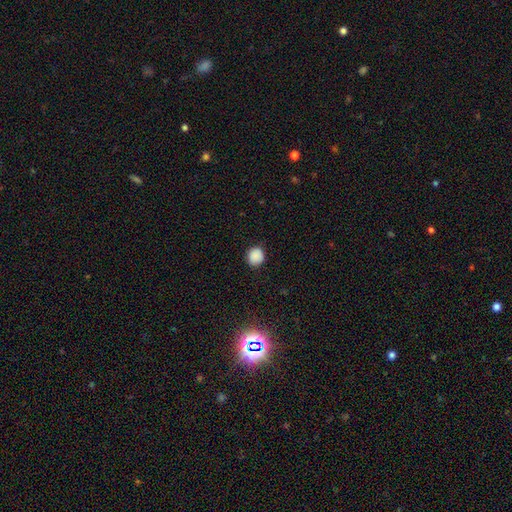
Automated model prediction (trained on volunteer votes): smooth_or_featured: smooth (p=0.88) [alt: star or artifact p=0.10]
how_rounded: round (p=0.81) [alt: in between p=0.18]
merging: none (p=0.88) [alt: minor disturbance p=0.09]